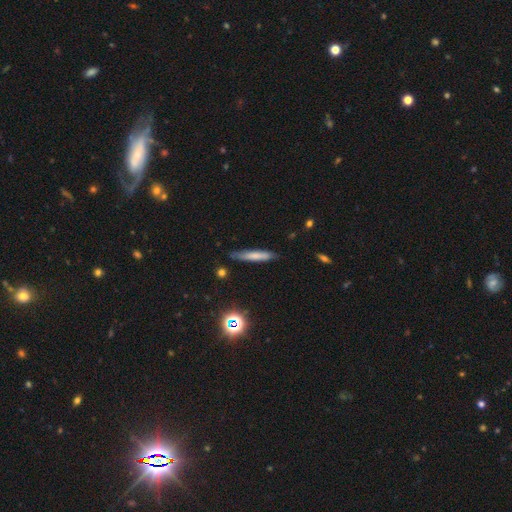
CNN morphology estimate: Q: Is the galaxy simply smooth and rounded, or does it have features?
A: smooth — 65%.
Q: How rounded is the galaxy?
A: cigar-shaped — 92%.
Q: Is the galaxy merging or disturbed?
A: none — 81%.